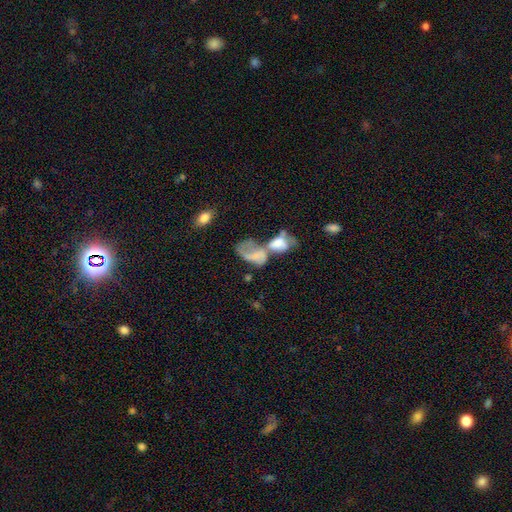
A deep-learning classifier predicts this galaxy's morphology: Q: Smooth or featured?
A: smooth (46%); runner-up: featured or disk (43%)
Q: Merging?
A: merger (67%); runner-up: major disturbance (19%)